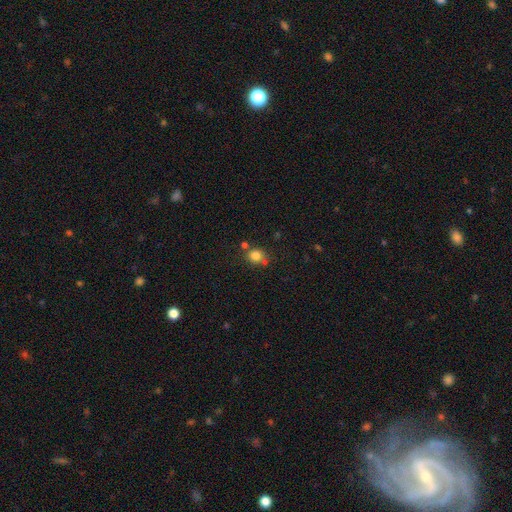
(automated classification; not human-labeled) Overall: smooth (81%). How rounded: round (75%). Merging: none (63%).